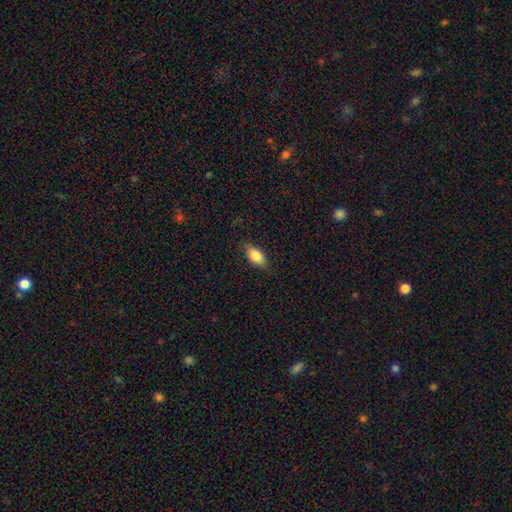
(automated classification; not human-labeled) smooth 83%, featured or disk 10%, star or artifact 7%. Down the decision tree: how rounded — in between (88%); merging — none (80%).